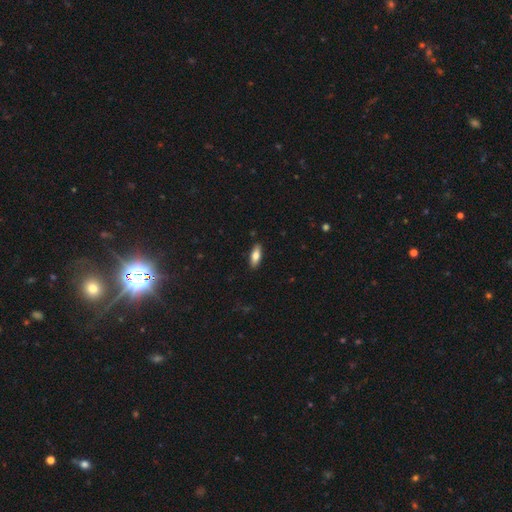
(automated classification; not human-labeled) Overall: smooth (76%). How rounded: in between (71%). Merging: none (88%).